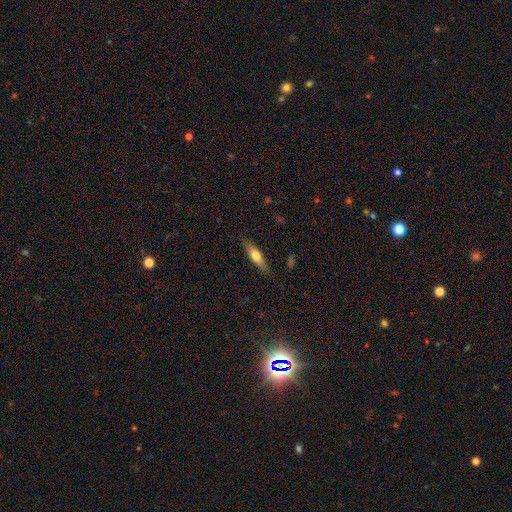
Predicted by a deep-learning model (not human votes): Smooth or featured? Predicted: smooth (p=0.54). How rounded? Predicted: cigar-shaped (p=0.70). Merging? Predicted: none (p=0.84).